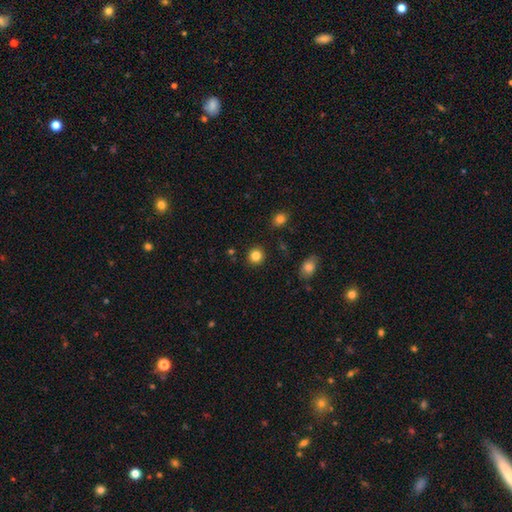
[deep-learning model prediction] smooth_or_featured: smooth (p=0.84) [alt: star or artifact p=0.11]
how_rounded: round (p=0.90) [alt: in between p=0.09]
merging: none (p=0.91) [alt: minor disturbance p=0.06]